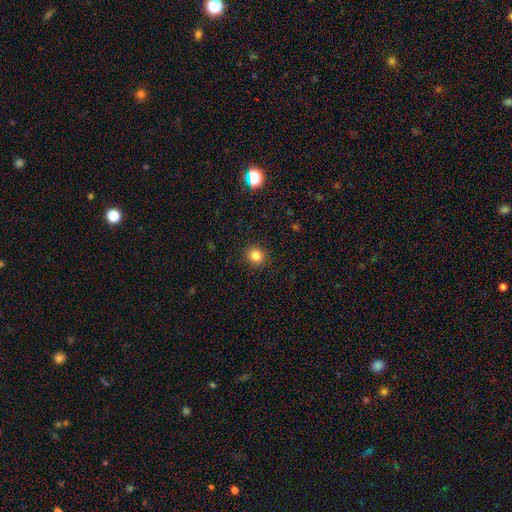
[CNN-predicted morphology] Overall: smooth (83%). How rounded: round (83%). Merging: none (91%).